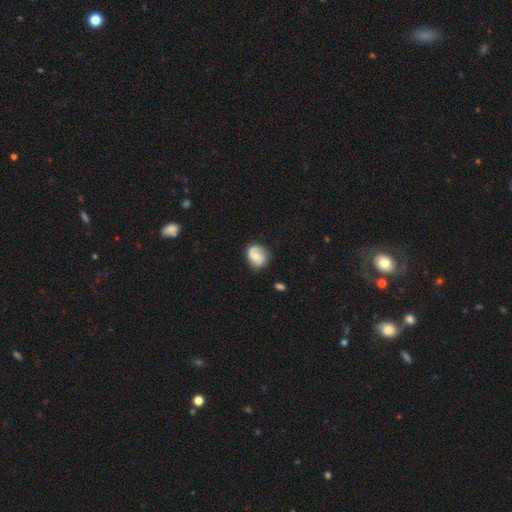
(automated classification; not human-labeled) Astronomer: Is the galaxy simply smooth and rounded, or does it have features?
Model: featured or disk — 59% (runner-up: smooth, 34%).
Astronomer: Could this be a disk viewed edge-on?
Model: no — 97%.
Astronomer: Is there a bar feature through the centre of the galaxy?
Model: no — 62%.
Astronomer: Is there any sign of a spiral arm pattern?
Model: yes — 88%.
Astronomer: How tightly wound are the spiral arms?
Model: medium — 42% (runner-up: tight, 33%).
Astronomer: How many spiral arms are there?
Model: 2 — 74%.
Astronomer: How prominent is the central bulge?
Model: moderate — 54% (runner-up: small, 37%).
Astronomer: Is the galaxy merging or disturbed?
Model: none — 69%.